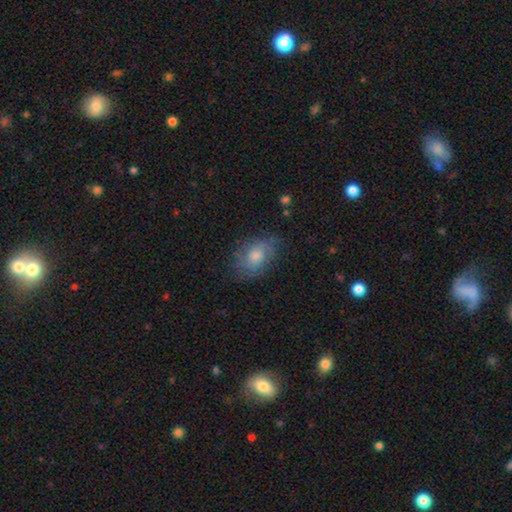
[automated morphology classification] A smooth galaxy with no disk features (53%) that is in between round and cigar-shaped (81%).

Vote fractions:
- Smooth or featured? smooth: 53% / featured or disk: 36% / star or artifact: 11%
- How rounded? in between: 81% / round: 17% / cigar-shaped: 2%
- Merging? none: 69% / minor disturbance: 22% / major disturbance: 8% / merger: 1%